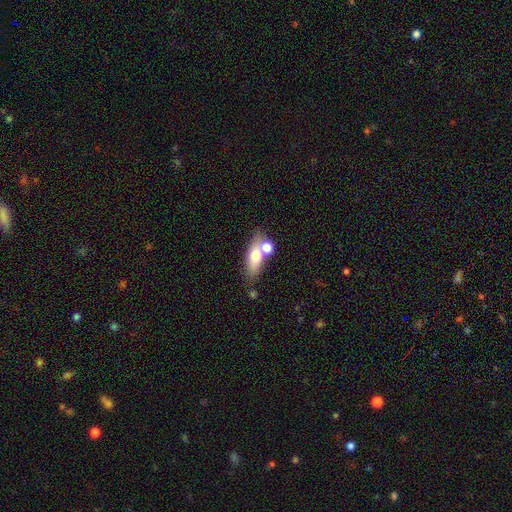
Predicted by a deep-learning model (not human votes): smooth_or_featured: smooth (p=0.65) [alt: featured or disk p=0.27]
how_rounded: in between (p=0.67) [alt: cigar-shaped p=0.24]
merging: none (p=0.52) [alt: merger p=0.29]